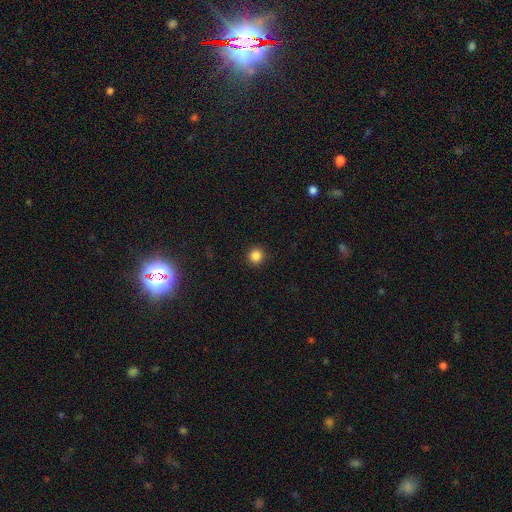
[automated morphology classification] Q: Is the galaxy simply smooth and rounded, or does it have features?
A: smooth — 86%.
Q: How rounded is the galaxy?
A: round — 95%.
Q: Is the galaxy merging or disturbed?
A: none — 92%.